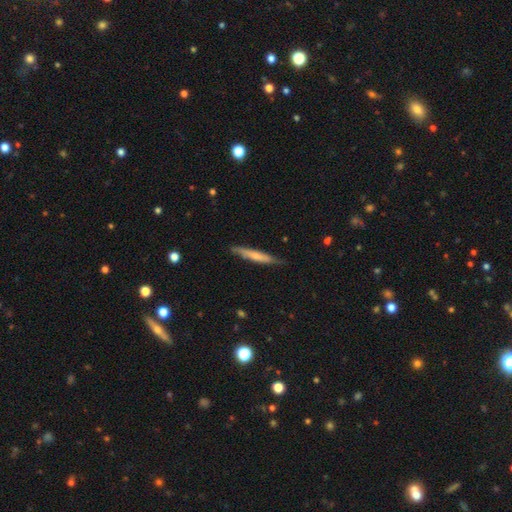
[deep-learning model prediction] Smooth or featured: smooth — 59% (featured or disk — 36%)
How rounded: cigar-shaped — 94% (in between — 5%)
Merging: none — 79% (minor disturbance — 17%)